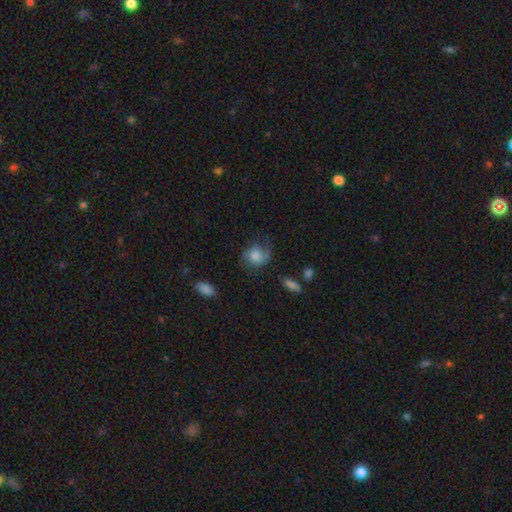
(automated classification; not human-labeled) Smooth or featured: featured or disk — 47% (smooth — 44%)
Merging: none — 48% (major disturbance — 27%)